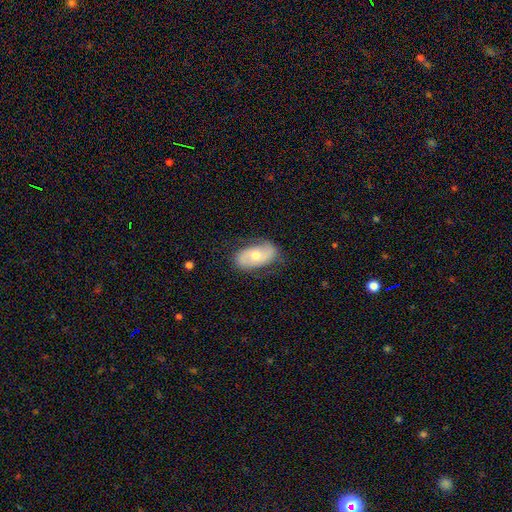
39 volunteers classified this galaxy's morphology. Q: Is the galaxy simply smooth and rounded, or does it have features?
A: smooth — 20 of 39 (51%).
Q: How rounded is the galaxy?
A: in between — 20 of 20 (100%).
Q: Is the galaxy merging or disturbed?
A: none — 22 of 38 (58%).